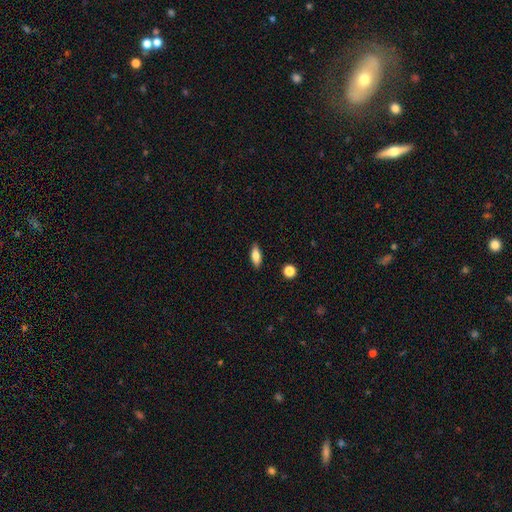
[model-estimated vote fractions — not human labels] Smooth or featured?
  - smooth: 77% *
  - featured or disk: 16%
  - star or artifact: 7%
How rounded?
  - in between: 73% *
  - cigar-shaped: 23%
  - round: 3%
Merging?
  - none: 87% *
  - minor disturbance: 10%
  - major disturbance: 2%
  - merger: 1%